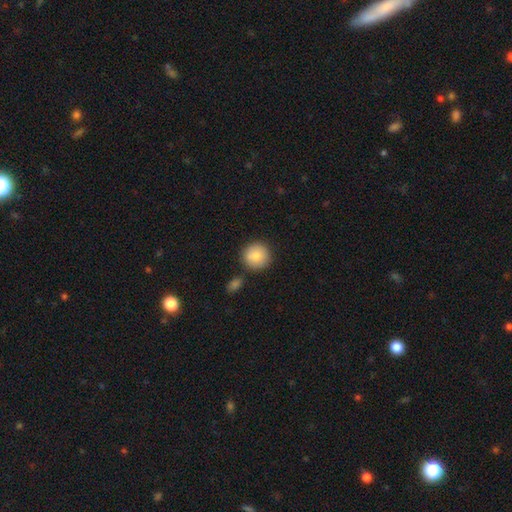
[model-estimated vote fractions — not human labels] smooth 84%, featured or disk 8%, star or artifact 8%. Down the decision tree: how rounded — round (93%); merging — none (81%).